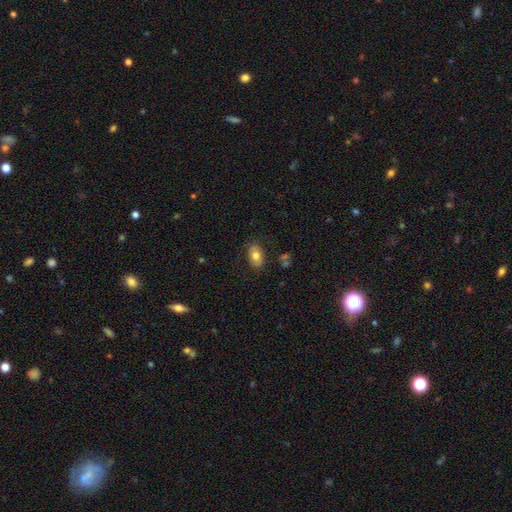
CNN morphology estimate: Smooth or featured?
  - smooth: 74% *
  - featured or disk: 18%
  - star or artifact: 8%
How rounded?
  - in between: 89% *
  - round: 9%
  - cigar-shaped: 2%
Merging?
  - none: 81% *
  - minor disturbance: 14%
  - major disturbance: 3%
  - merger: 2%